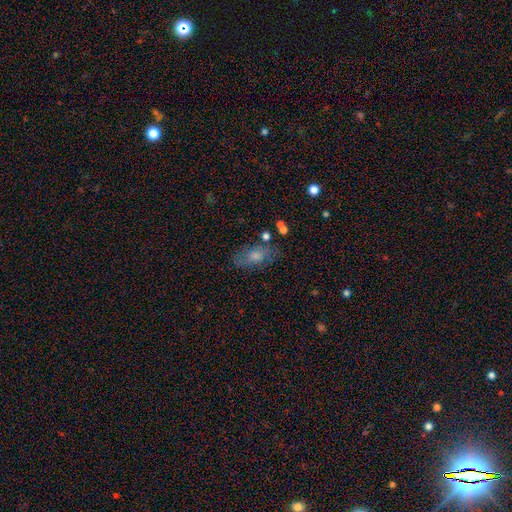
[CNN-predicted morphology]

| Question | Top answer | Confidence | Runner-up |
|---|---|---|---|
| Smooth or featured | smooth | 65% | featured or disk (25%) |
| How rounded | in between | 85% | cigar-shaped (9%) |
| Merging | none | 69% | minor disturbance (19%) |